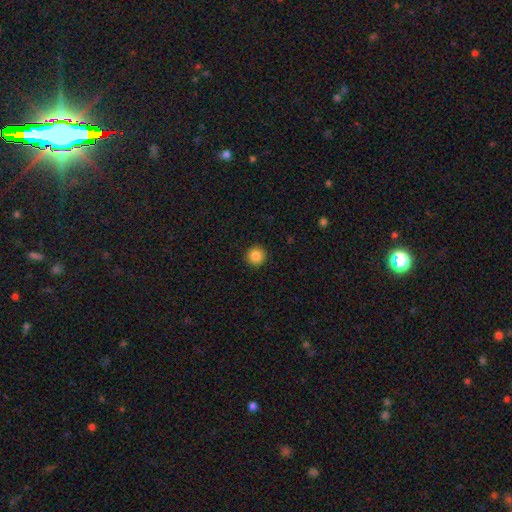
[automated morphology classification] This is clearly a smooth galaxy (86%). How rounded: clearly round (95%). Merging: clearly none (93%).